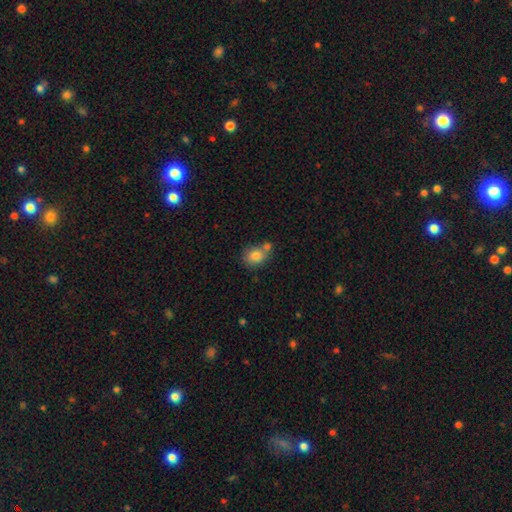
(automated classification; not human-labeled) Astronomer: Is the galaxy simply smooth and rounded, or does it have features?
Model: smooth — 80%.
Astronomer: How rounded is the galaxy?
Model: round — 56% (runner-up: in between, 43%).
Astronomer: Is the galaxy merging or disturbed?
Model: none — 52% (runner-up: merger, 31%).